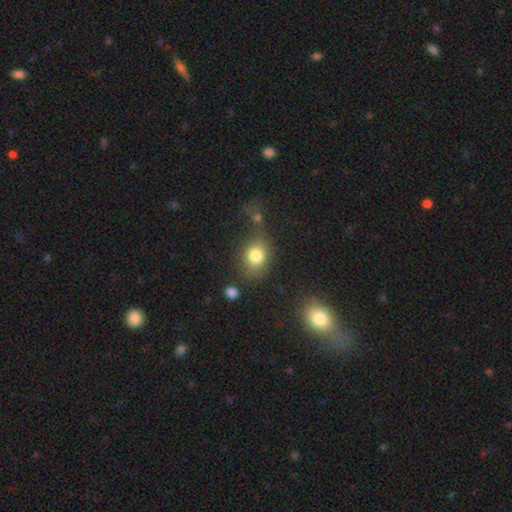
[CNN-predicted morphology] Q: Smooth or featured?
A: smooth (79%); runner-up: star or artifact (11%)
Q: How rounded?
A: in between (52%); runner-up: round (46%)
Q: Merging?
A: none (55%); runner-up: minor disturbance (22%)